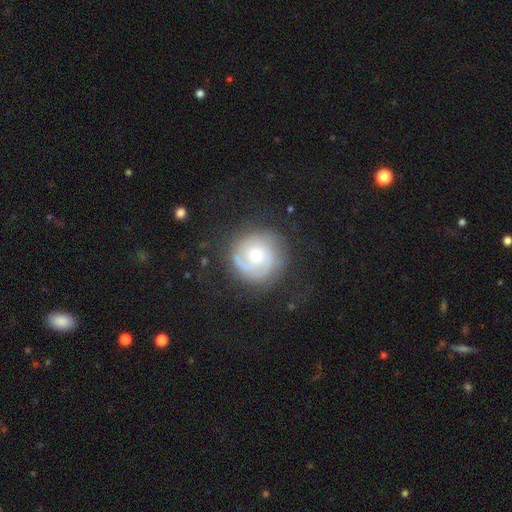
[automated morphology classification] Smooth or featured?
  - featured or disk: 75% *
  - smooth: 19%
  - star or artifact: 7%
Edge-on disk?
  - no: 98% *
  - yes: 2%
Bar?
  - no: 73% *
  - weak: 23%
  - strong: 4%
Spiral arms?
  - yes: 94% *
  - no: 6%
Spiral winding?
  - tight: 63% *
  - medium: 28%
  - loose: 9%
Spiral arm count?
  - 2: 35% *
  - can't tell: 25%
  - 3: 20%
  - 1: 12%
  - 4: 4%
  - more than 4: 4%
Bulge size?
  - moderate: 57% *
  - small: 30%
  - large: 10%
  - none: 2%
  - dominant: 2%
Merging?
  - none: 75% *
  - minor disturbance: 15%
  - major disturbance: 9%
  - merger: 1%